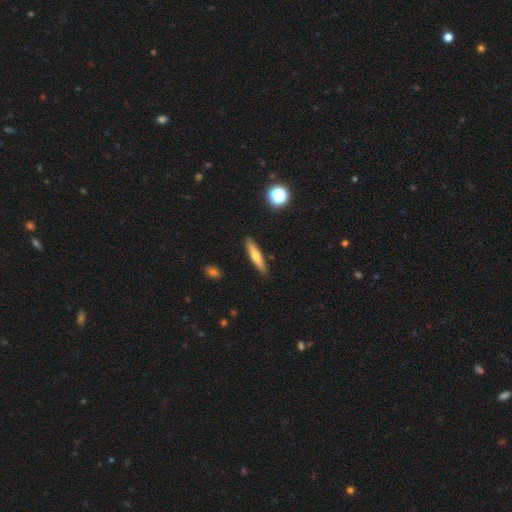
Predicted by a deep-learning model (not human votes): This appears to be a smooth galaxy with no disk features (58%) that is cigar-shaped (86%). Merging: none (89%).